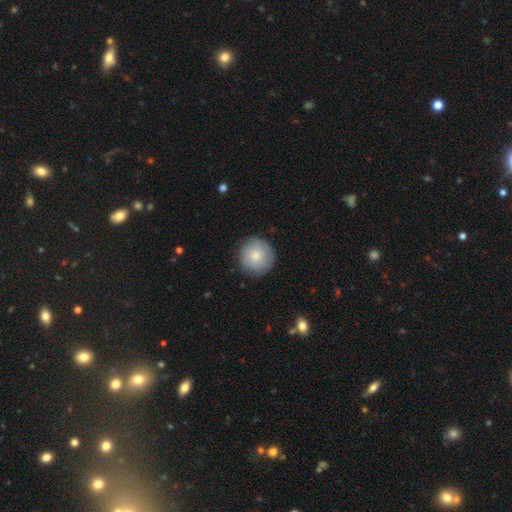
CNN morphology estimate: Q: Smooth or featured?
A: smooth (80%); runner-up: featured or disk (13%)
Q: How rounded?
A: round (95%); runner-up: in between (4%)
Q: Merging?
A: none (87%); runner-up: minor disturbance (10%)